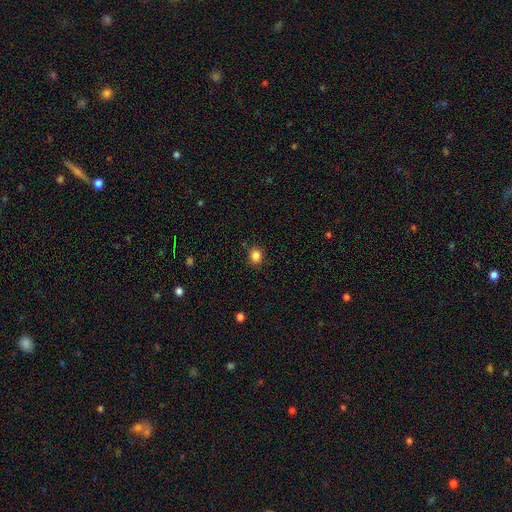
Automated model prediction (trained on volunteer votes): Overall: smooth (85%). How rounded: round (77%). Merging: none (87%).